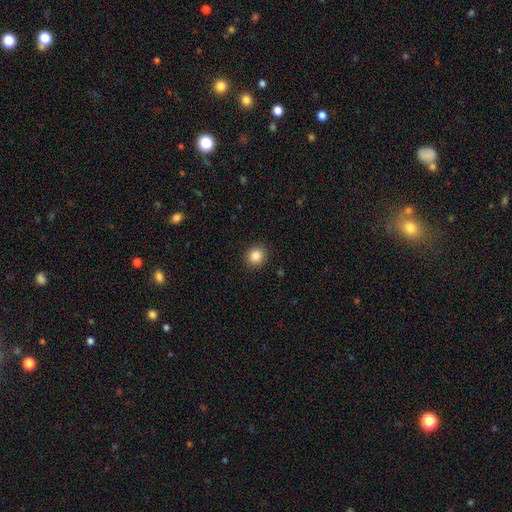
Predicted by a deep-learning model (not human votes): A smooth galaxy with no disk features (86%) that is round (84%). Merging: none (90%).